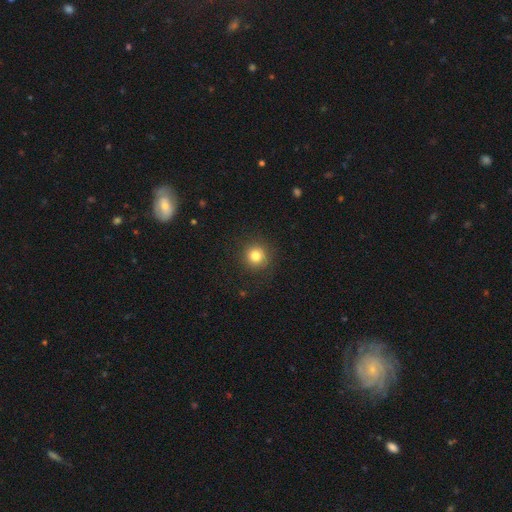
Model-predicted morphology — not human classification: Overall: smooth (82%). How rounded: round (95%). Merging: none (91%).